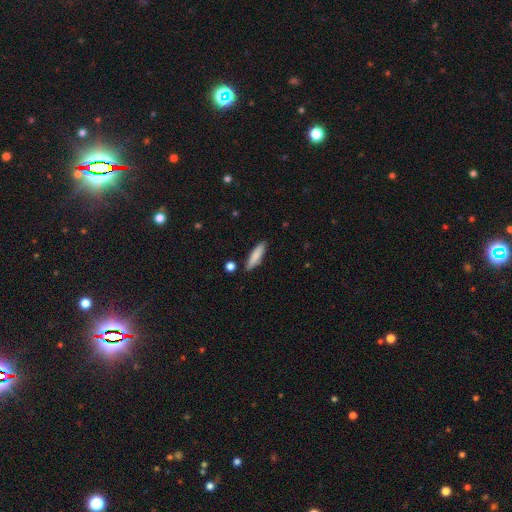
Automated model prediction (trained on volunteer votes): smooth-or-featured: smooth: 81% | featured or disk: 12% | star or artifact: 6%
  how-rounded: cigar-shaped: 72% | in between: 26% | round: 2%
  merging: none: 86% | minor disturbance: 9% | merger: 3% | major disturbance: 2%